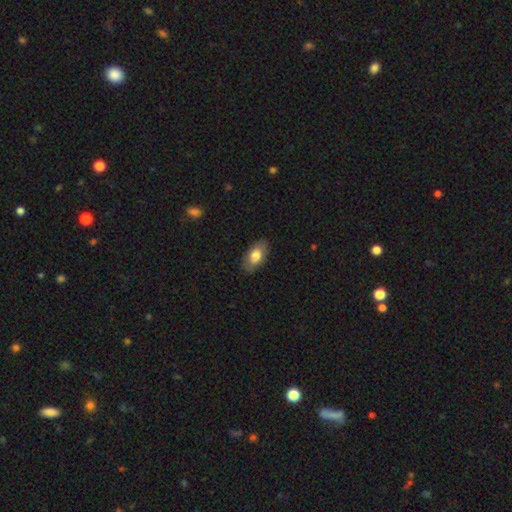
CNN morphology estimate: This appears to be a smooth galaxy with no disk features (78%) that is in between round and cigar-shaped (92%). Merging: none (86%).